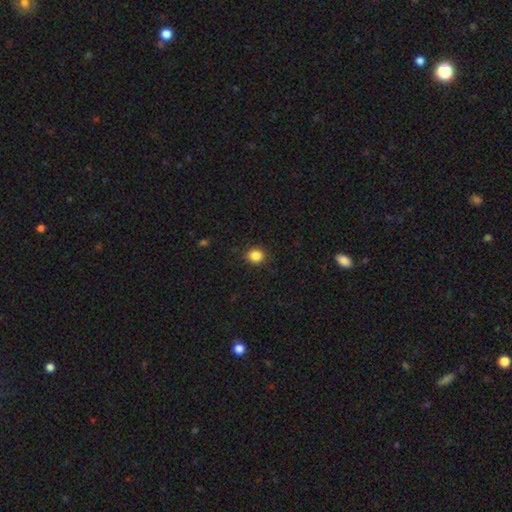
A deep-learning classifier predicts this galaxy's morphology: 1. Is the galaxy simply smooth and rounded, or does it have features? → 85% smooth, 11% star or artifact, 4% featured or disk.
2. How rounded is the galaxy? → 83% round, 16% in between, 1% cigar-shaped.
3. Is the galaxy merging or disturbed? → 90% none, 7% minor disturbance, 2% major disturbance, 1% merger.